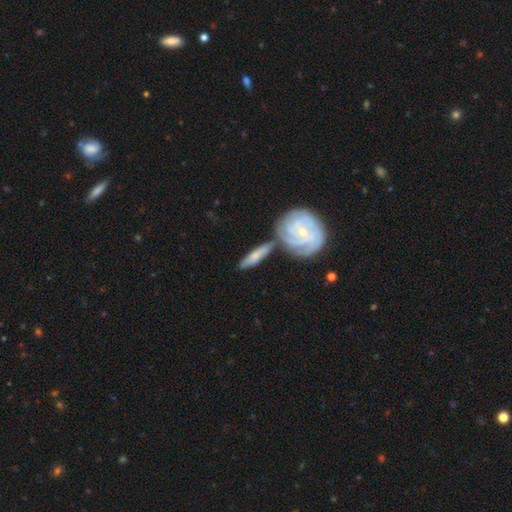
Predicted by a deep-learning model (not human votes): The model was most divided on "smooth or featured": featured or disk: 54%, smooth: 40%, star or artifact: 6%. More confident: edge-on disk — no (65%); merging — none (61%).